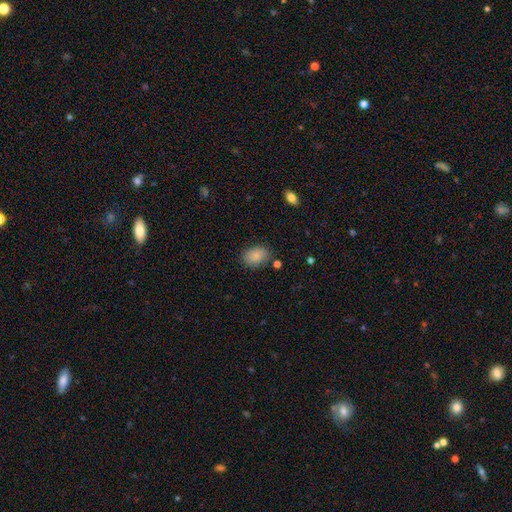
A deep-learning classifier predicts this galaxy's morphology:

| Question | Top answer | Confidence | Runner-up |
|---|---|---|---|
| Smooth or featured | smooth | 86% | star or artifact (8%) |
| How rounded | in between | 75% | round (24%) |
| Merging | none | 78% | minor disturbance (15%) |